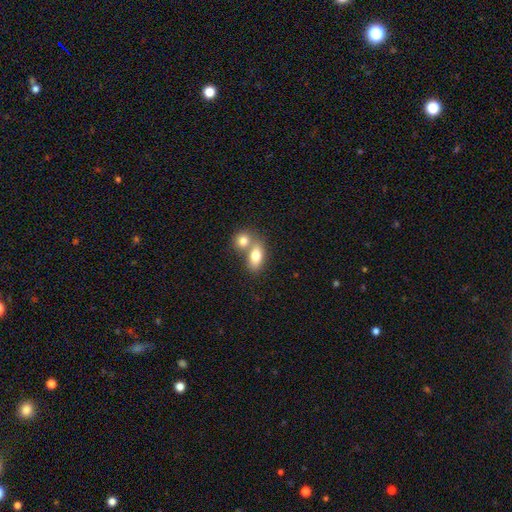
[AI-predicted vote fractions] A smooth galaxy with no disk features (77%) that is in between round and cigar-shaped (81%).

Vote fractions:
- Smooth or featured? smooth: 77% / featured or disk: 16% / star or artifact: 7%
- How rounded? in between: 81% / round: 15% / cigar-shaped: 4%
- Merging? merger: 55% / none: 34% / minor disturbance: 7% / major disturbance: 3%